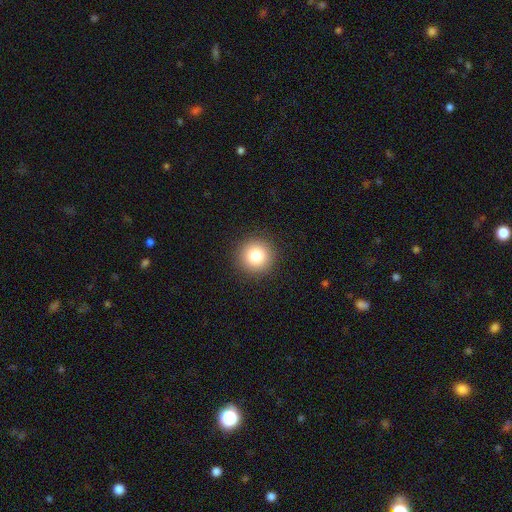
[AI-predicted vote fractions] Q: Smooth or featured?
A: smooth (81%); runner-up: star or artifact (11%)
Q: How rounded?
A: round (95%); runner-up: in between (4%)
Q: Merging?
A: none (92%); runner-up: minor disturbance (5%)